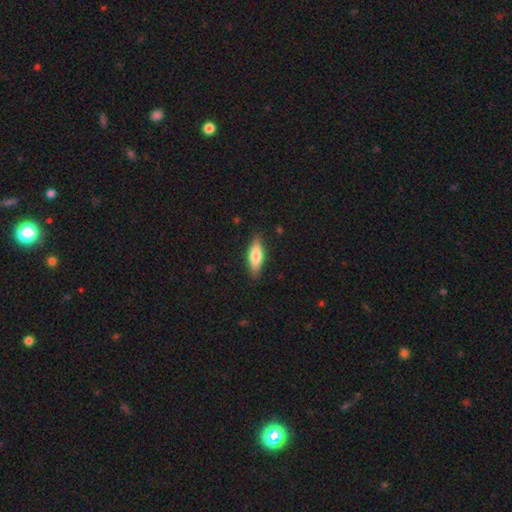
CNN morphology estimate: This appears to be a smooth galaxy with no disk features (71%) that is in between round and cigar-shaped (57%). Merging: none (85%).